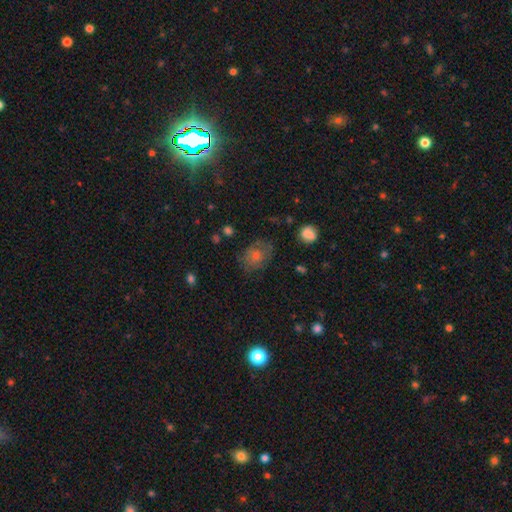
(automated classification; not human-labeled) Morphology: type=smooth (47%); merging=none (73%).